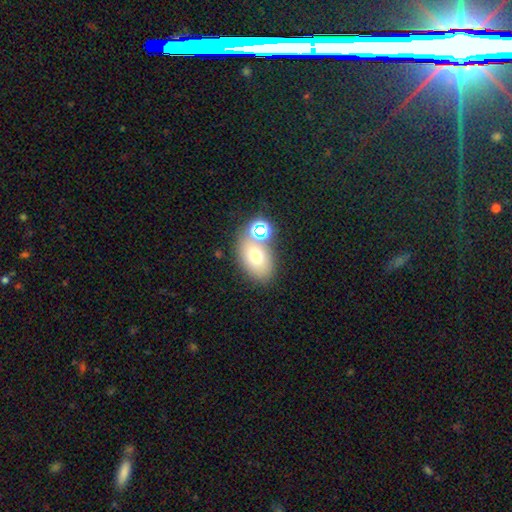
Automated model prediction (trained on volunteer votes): smooth 67%, featured or disk 17%, star or artifact 17%. Down the decision tree: how rounded — in between (76%); merging — none (65%).